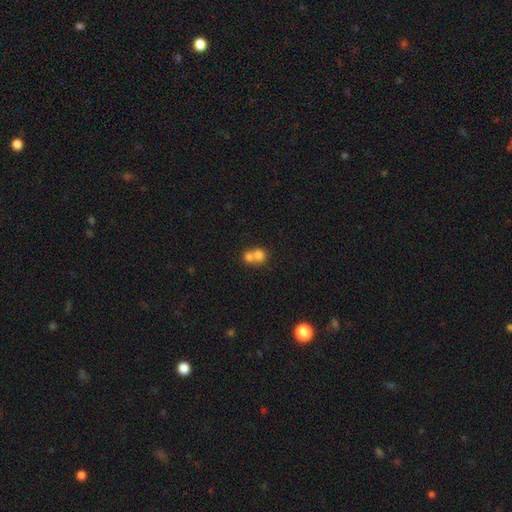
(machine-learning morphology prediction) The model was most divided on "merging": merger: 67%, none: 26%, minor disturbance: 5%, major disturbance: 3%. More confident: how rounded — round (76%); smooth or featured — smooth (75%).